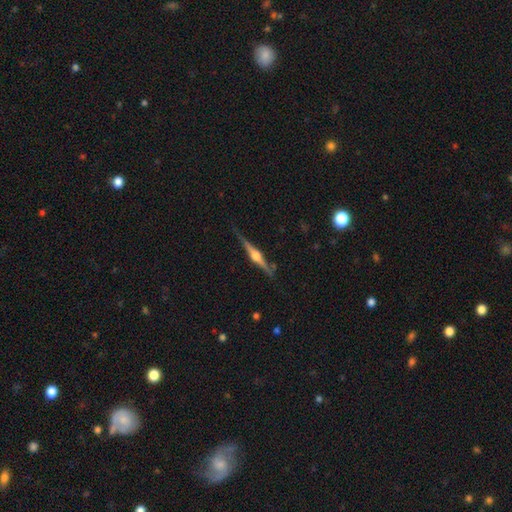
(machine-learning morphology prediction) Smooth or featured? featured or disk (81%)
Edge-on disk? yes (98%)
Edge-on bulge? rounded (93%)
Merging? none (80%)